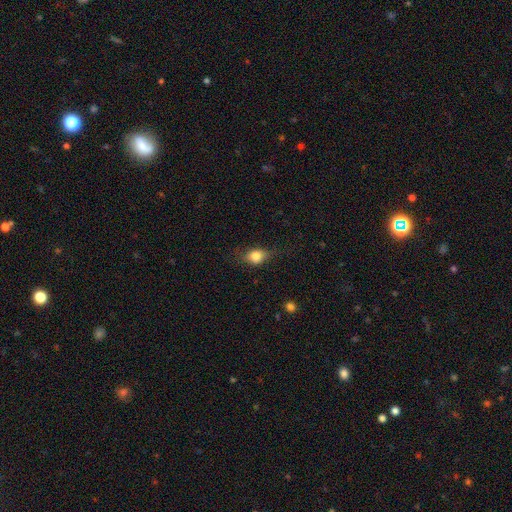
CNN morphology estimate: Overall: smooth (76%). How rounded: in between (58%; round 38%). Merging: none (61%; minor disturbance 27%).